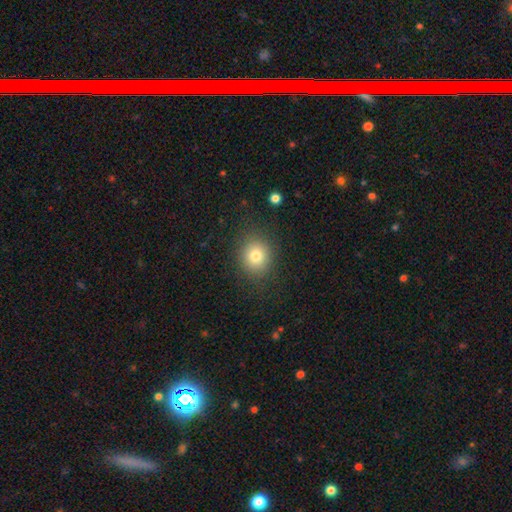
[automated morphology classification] A smooth galaxy with no disk features (79%) that is round (78%). Merging: none (86%).